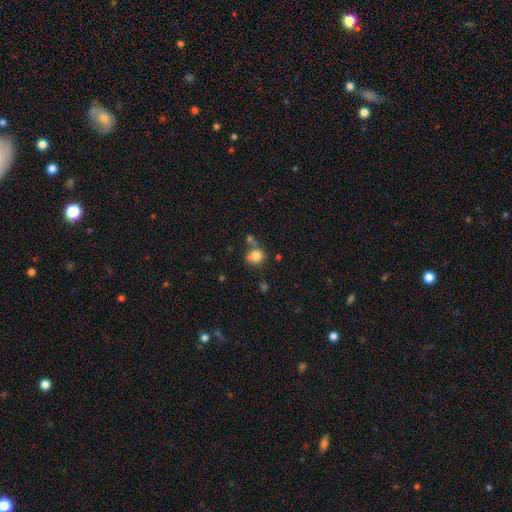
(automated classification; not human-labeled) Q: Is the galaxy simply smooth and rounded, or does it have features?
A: smooth — 81%.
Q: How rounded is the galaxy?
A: round — 82%.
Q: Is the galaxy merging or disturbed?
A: none — 59%.